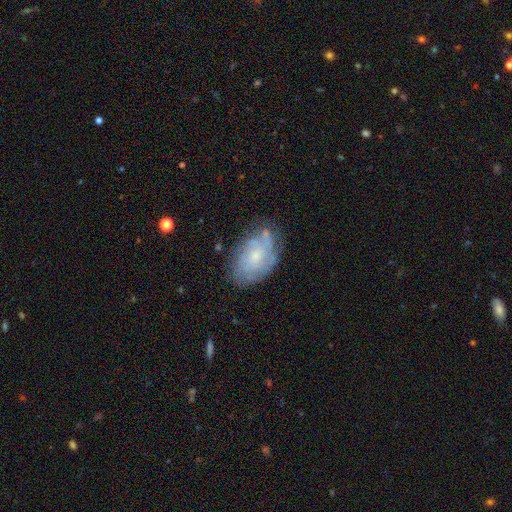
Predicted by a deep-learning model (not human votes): Smooth or featured: featured or disk — 63% (smooth — 29%)
Edge-on disk: no — 96% (yes — 4%)
Bar: no — 78% (weak — 20%)
Spiral arms: yes — 78% (no — 22%)
Bulge size: small — 62% (moderate — 29%)
Merging: none — 65% (minor disturbance — 24%)